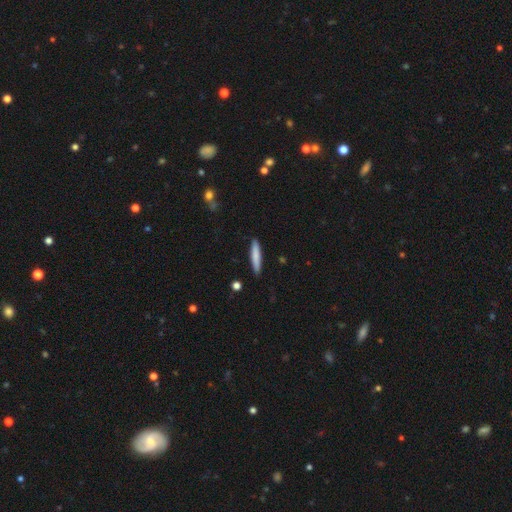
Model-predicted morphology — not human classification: smooth_or_featured: smooth (p=0.79) [alt: featured or disk p=0.15]
how_rounded: cigar-shaped (p=0.90) [alt: in between p=0.09]
merging: none (p=0.90) [alt: minor disturbance p=0.08]